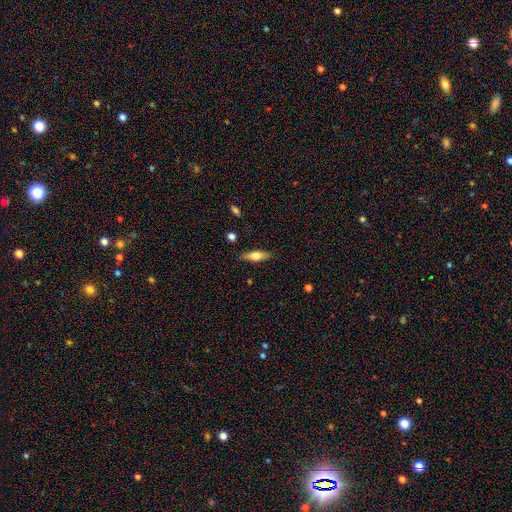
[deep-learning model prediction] Overall: smooth (62%; featured or disk 31%). How rounded: in between (52%; cigar-shaped 45%). Merging: none (86%).